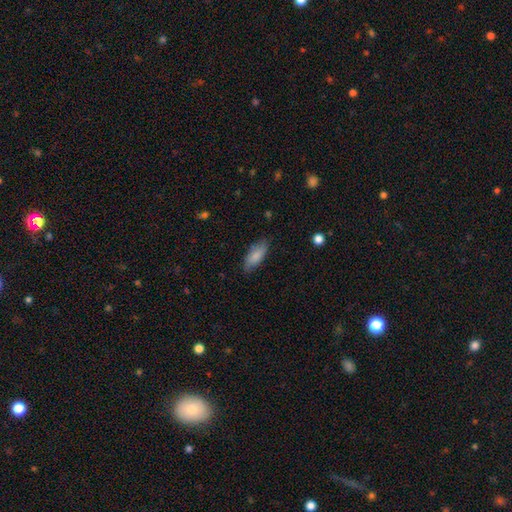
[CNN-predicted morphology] Q: Smooth or featured?
A: smooth (83%); runner-up: featured or disk (11%)
Q: How rounded?
A: in between (77%); runner-up: cigar-shaped (21%)
Q: Merging?
A: none (79%); runner-up: minor disturbance (17%)